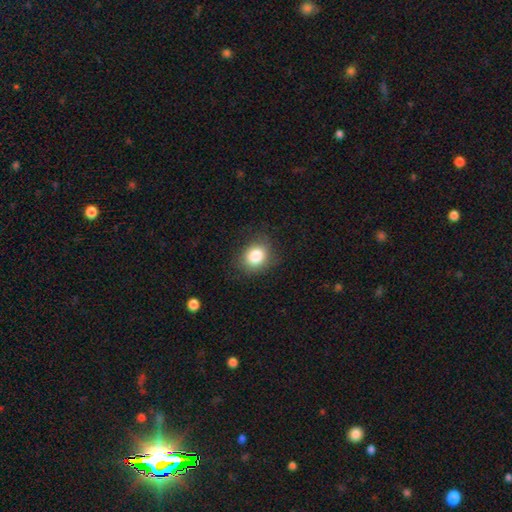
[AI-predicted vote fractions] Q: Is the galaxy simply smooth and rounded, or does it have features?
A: smooth — 84%.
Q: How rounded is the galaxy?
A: round — 63%.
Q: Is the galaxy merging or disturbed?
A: none — 81%.